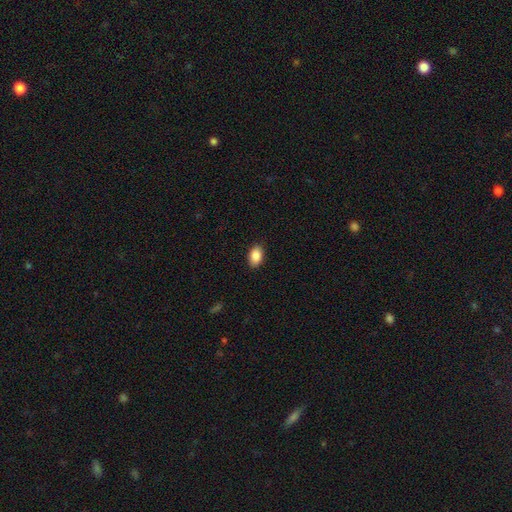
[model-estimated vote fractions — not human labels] A smooth galaxy with no disk features (88%) that is in between round and cigar-shaped (90%).

Vote fractions:
- Smooth or featured? smooth: 88% / star or artifact: 7% / featured or disk: 4%
- How rounded? in between: 90% / round: 9% / cigar-shaped: 1%
- Merging? none: 89% / minor disturbance: 9% / major disturbance: 2% / merger: 1%